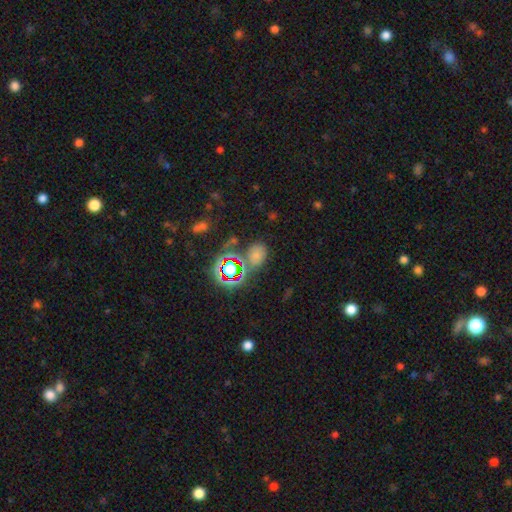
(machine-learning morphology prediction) smooth-or-featured: smooth: 55% | star or artifact: 36% | featured or disk: 8%
  how-rounded: in between: 65% | round: 34% | cigar-shaped: 2%
  merging: none: 67% | minor disturbance: 15% | merger: 11% | major disturbance: 7%